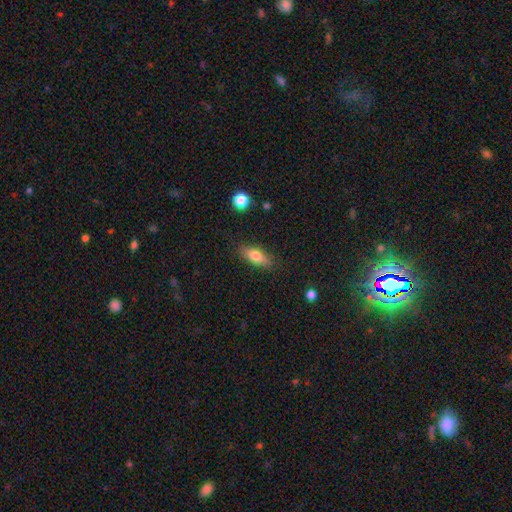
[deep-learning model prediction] smooth-or-featured: smooth: 74% | featured or disk: 19% | star or artifact: 7%
  how-rounded: in between: 70% | cigar-shaped: 26% | round: 4%
  merging: none: 83% | minor disturbance: 12% | major disturbance: 3% | merger: 1%